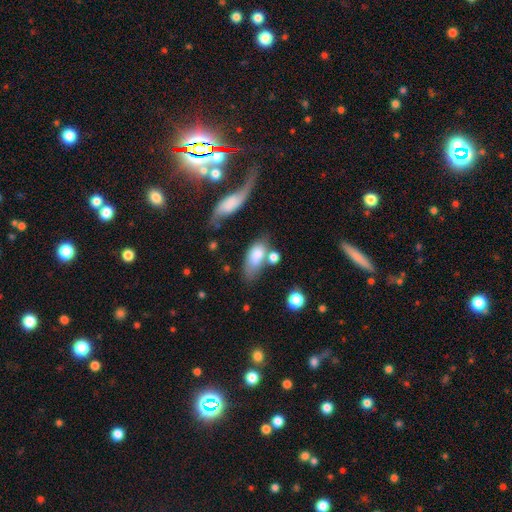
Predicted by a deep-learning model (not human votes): This is likely a smooth galaxy (74%). How rounded: clearly in between (86%). Merging: marginally none (32%).